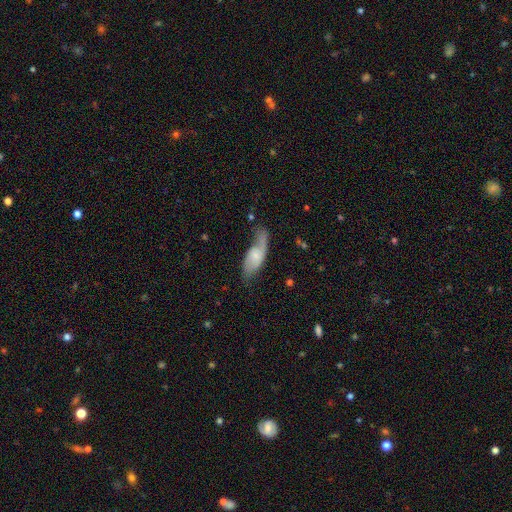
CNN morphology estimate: smooth-or-featured: featured or disk: 52% | smooth: 41% | star or artifact: 6%
  disk-edge-on: no: 87% | yes: 13%
  merging: none: 40% | minor disturbance: 31% | major disturbance: 25% | merger: 5%